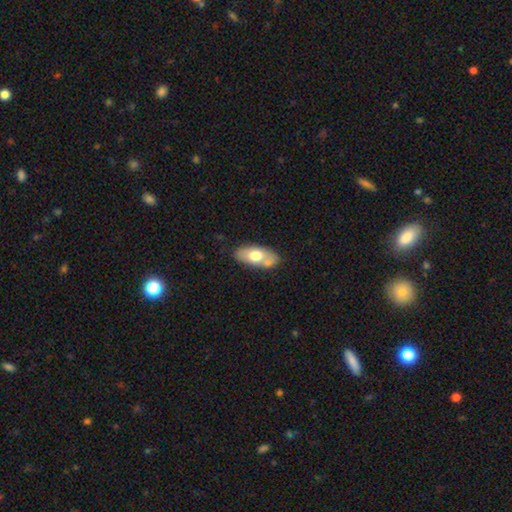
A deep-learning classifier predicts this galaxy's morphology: This appears to be a smooth galaxy with no disk features (65%) that is in between round and cigar-shaped (89%). Merging: none (64%).